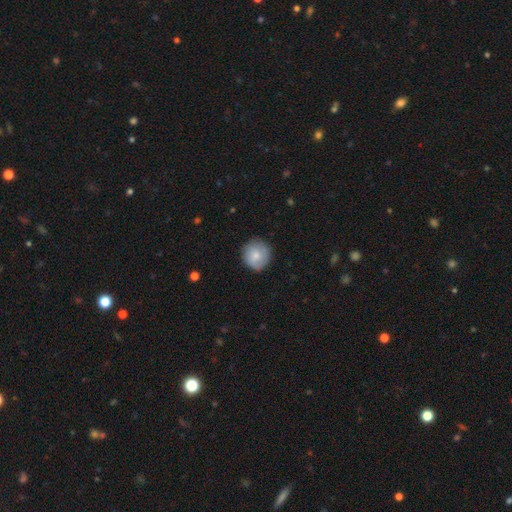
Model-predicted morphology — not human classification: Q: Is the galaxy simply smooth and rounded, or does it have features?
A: smooth — 77%.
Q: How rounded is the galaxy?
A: round — 93%.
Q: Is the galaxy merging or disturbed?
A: none — 85%.